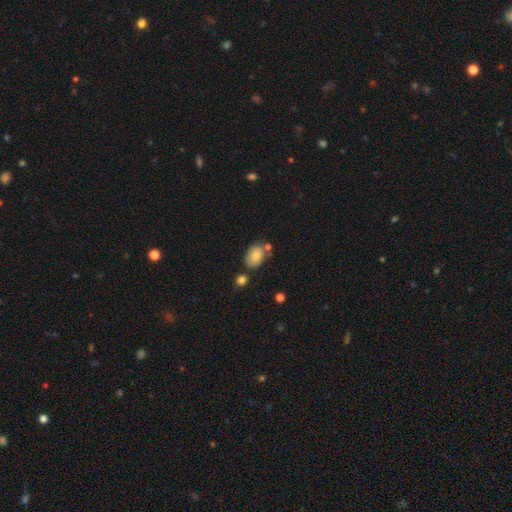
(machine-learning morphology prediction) Overall: smooth (81%). How rounded: in between (85%). Merging: none (64%).